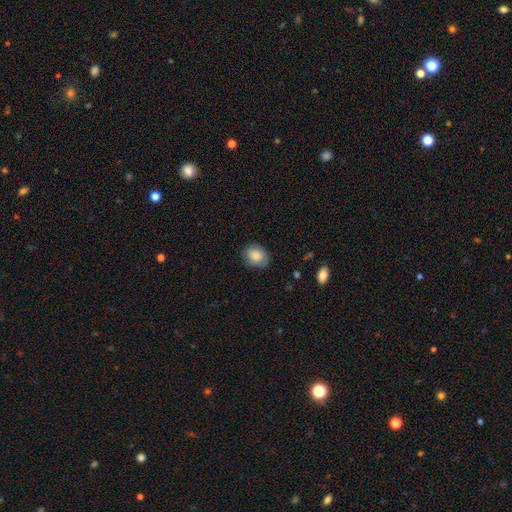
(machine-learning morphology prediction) A smooth galaxy with no disk features (81%) that is in between round and cigar-shaped (54%).

Vote fractions:
- Smooth or featured? smooth: 81% / featured or disk: 12% / star or artifact: 7%
- How rounded? in between: 54% / round: 45% / cigar-shaped: 1%
- Merging? none: 75% / minor disturbance: 20% / major disturbance: 5% / merger: 1%